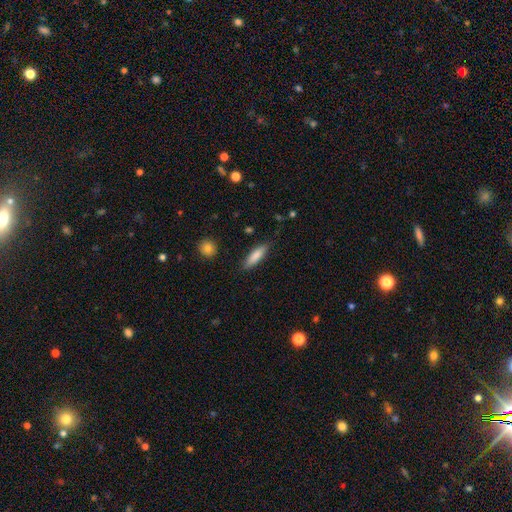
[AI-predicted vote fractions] Smooth or featured?
  - smooth: 82% *
  - featured or disk: 12%
  - star or artifact: 6%
How rounded?
  - cigar-shaped: 63% *
  - in between: 35%
  - round: 2%
Merging?
  - none: 84% *
  - minor disturbance: 12%
  - major disturbance: 3%
  - merger: 2%